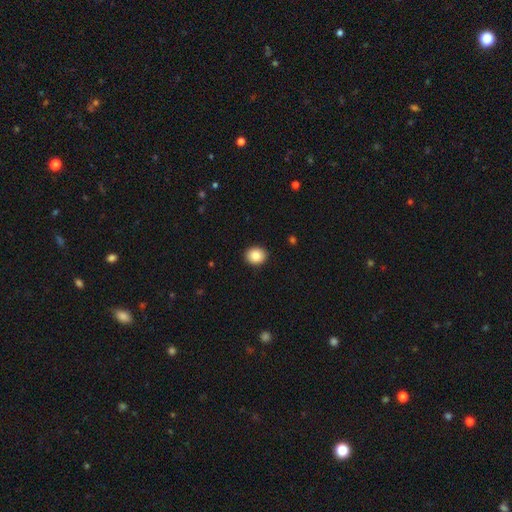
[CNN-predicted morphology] smooth_or_featured: smooth (p=0.87) [alt: star or artifact p=0.08]
how_rounded: round (p=0.72) [alt: in between p=0.27]
merging: none (p=0.92) [alt: minor disturbance p=0.06]